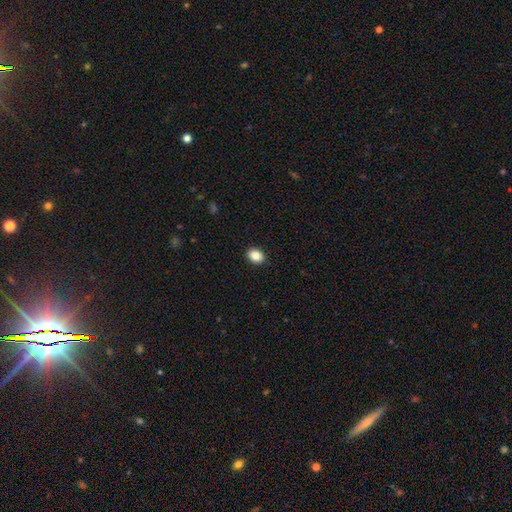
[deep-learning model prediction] Smooth or featured?
  - smooth: 86% *
  - star or artifact: 9%
  - featured or disk: 6%
How rounded?
  - in between: 67% *
  - round: 32%
  - cigar-shaped: 1%
Merging?
  - none: 90% *
  - minor disturbance: 7%
  - major disturbance: 2%
  - merger: 1%